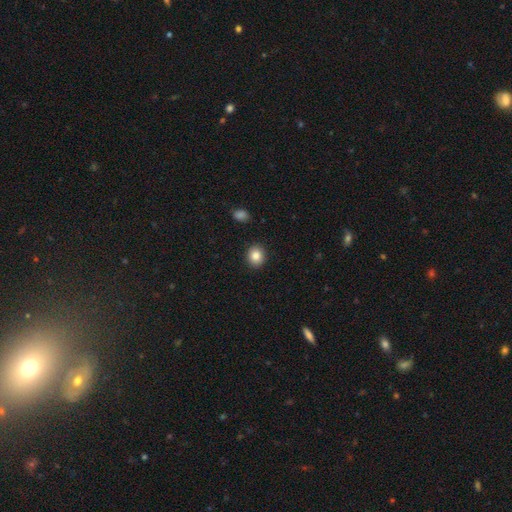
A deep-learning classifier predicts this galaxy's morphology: smooth 85%, star or artifact 10%, featured or disk 5%. Down the decision tree: how rounded — round (76%); merging — none (90%).